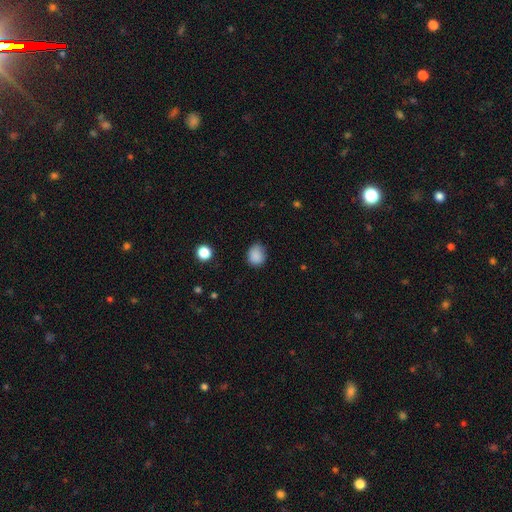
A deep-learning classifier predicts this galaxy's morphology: smooth_or_featured: smooth (p=0.87) [alt: star or artifact p=0.10]
how_rounded: round (p=0.67) [alt: in between p=0.32]
merging: none (p=0.73) [alt: minor disturbance p=0.22]